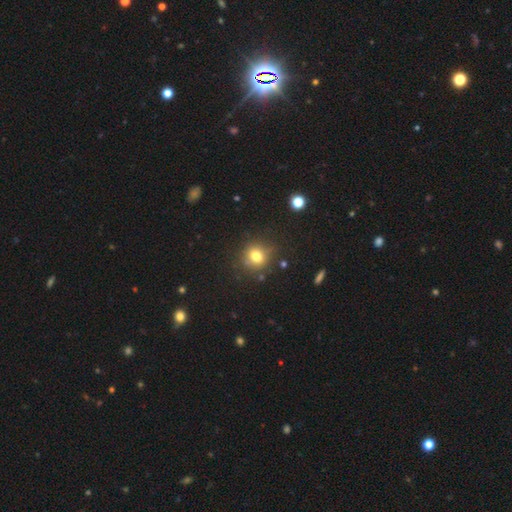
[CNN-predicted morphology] smooth 76%, star or artifact 15%, featured or disk 8%. Down the decision tree: how rounded — round (87%); merging — none (82%).